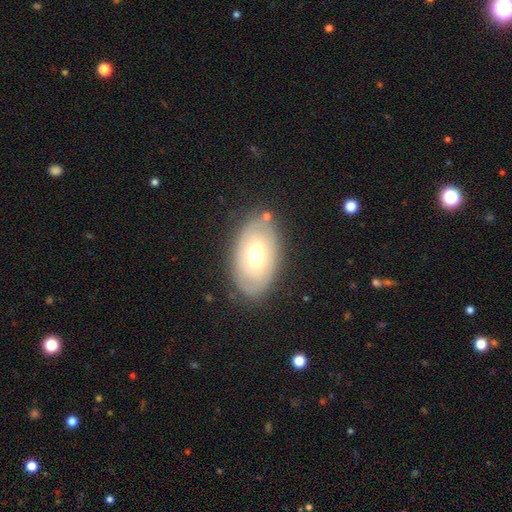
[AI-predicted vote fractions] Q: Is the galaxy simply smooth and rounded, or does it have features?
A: featured or disk — 51%.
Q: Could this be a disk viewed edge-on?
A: no — 90%.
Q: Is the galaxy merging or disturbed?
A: none — 79%.